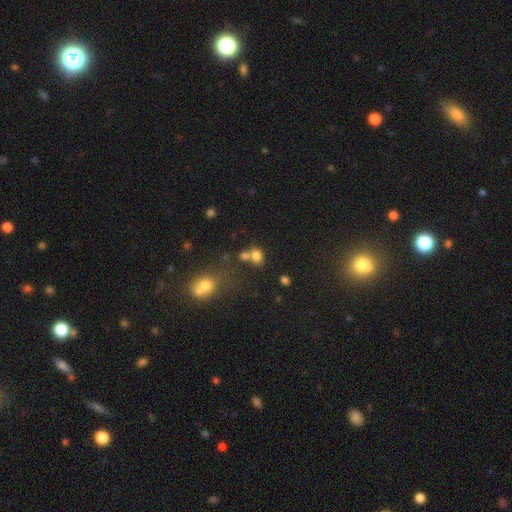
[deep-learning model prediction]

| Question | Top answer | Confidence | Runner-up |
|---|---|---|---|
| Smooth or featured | smooth | 76% | star or artifact (15%) |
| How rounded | round | 54% | in between (45%) |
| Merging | none | 42% | tied: merger (42%) |